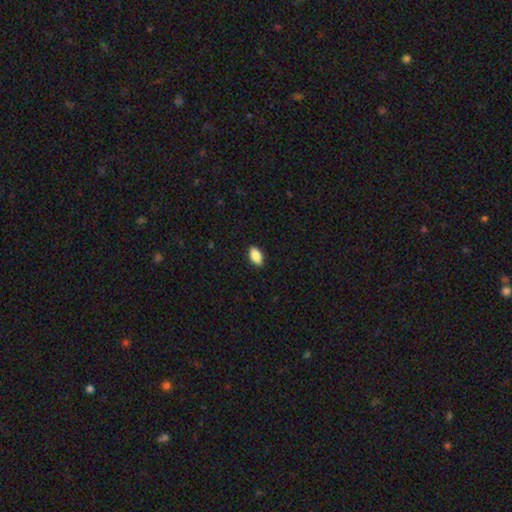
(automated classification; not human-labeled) Smooth or featured? Predicted: smooth (p=0.89). How rounded? Predicted: in between (p=0.92). Merging? Predicted: none (p=0.90).